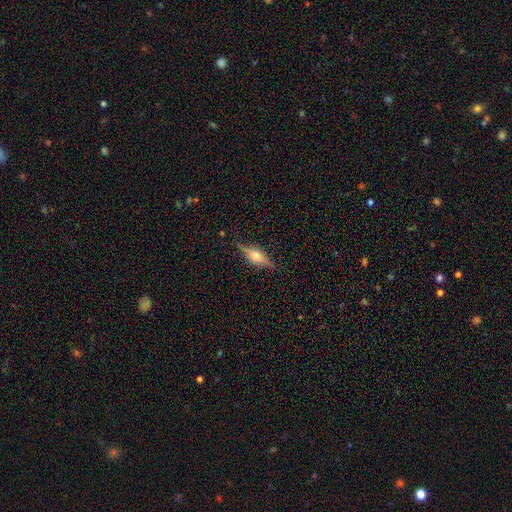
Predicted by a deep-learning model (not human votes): A featured or disk galaxy (67%) viewed edge-on (95%) with a rounded central bulge (86%).

Vote fractions:
- Smooth or featured? featured or disk: 67% / smooth: 24% / star or artifact: 8%
- Edge-on disk? yes: 95% / no: 5%
- Edge-on bulge? rounded: 86% / boxy: 11% / none: 2%
- Merging? none: 84% / minor disturbance: 12% / major disturbance: 3% / merger: 1%